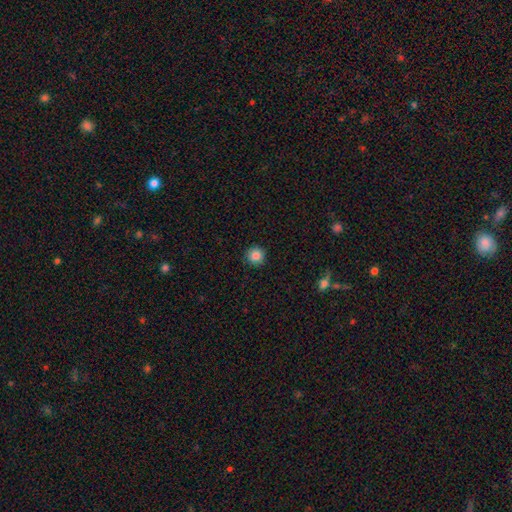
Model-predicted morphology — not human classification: Smooth or featured: smooth — 85% (star or artifact — 10%)
How rounded: round — 95% (in between — 4%)
Merging: none — 92% (minor disturbance — 6%)